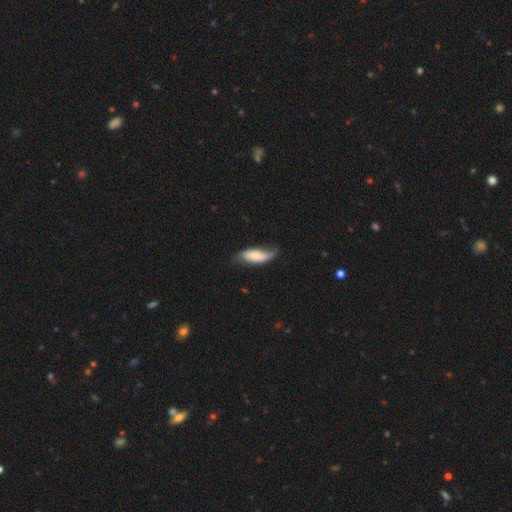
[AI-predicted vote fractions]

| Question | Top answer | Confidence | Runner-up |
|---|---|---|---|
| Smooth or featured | smooth | 61% | featured or disk (33%) |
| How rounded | in between | 70% | cigar-shaped (28%) |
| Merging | none | 47% | minor disturbance (36%) |